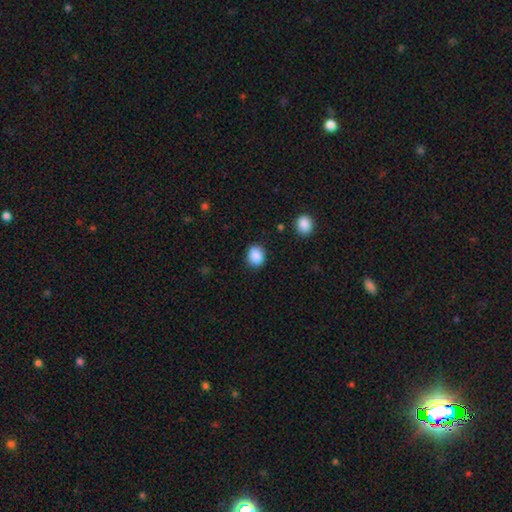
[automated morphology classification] This is clearly a smooth galaxy (88%). How rounded: possibly round (57%). Merging: clearly none (84%).